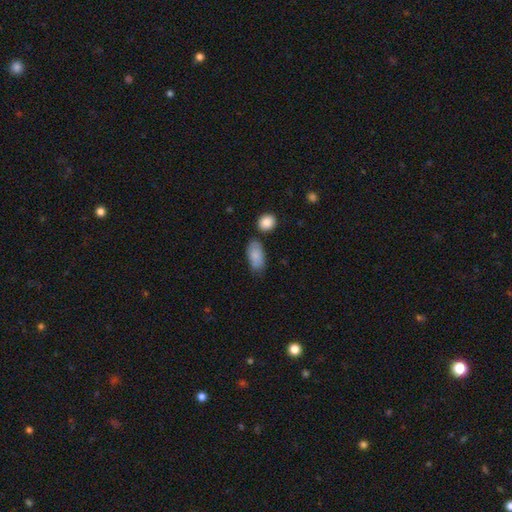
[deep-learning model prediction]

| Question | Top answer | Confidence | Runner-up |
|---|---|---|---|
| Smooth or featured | smooth | 84% | featured or disk (10%) |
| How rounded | in between | 92% | cigar-shaped (4%) |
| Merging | none | 64% | minor disturbance (23%) |